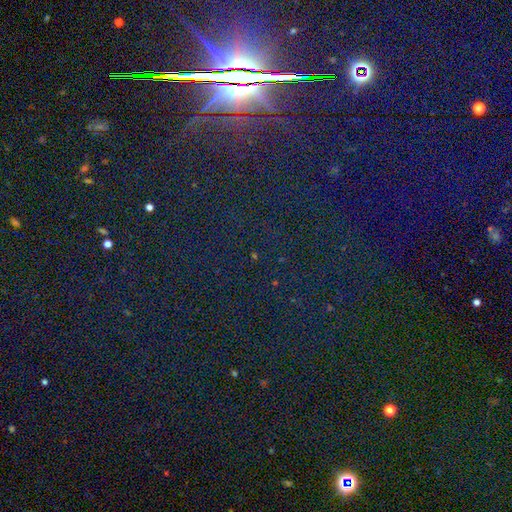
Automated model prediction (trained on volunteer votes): The model was most divided on "smooth or featured": star or artifact: 85%, smooth: 7%, featured or disk: 7%.